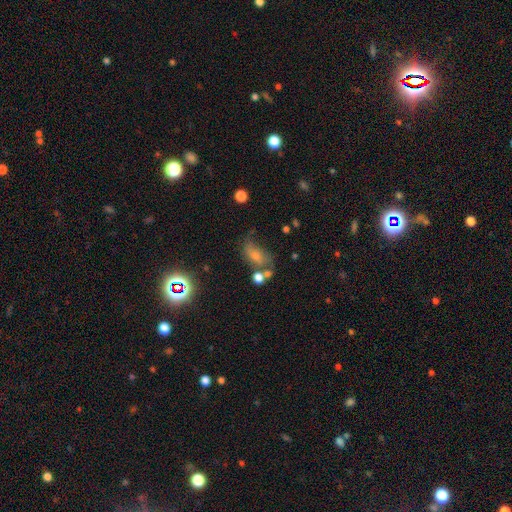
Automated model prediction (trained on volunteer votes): This is possibly a smooth galaxy (56%). How rounded: clearly in between (84%). Merging: marginally none (32%).